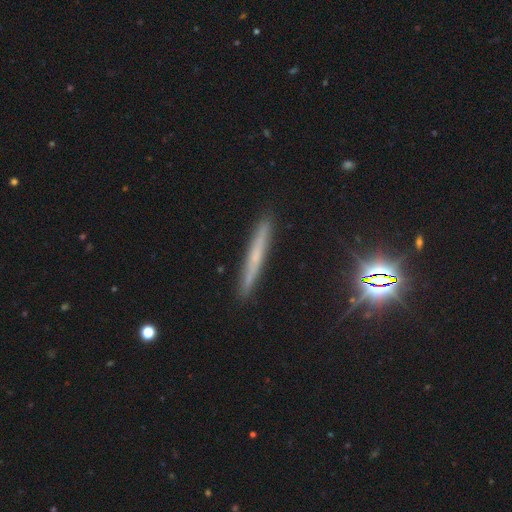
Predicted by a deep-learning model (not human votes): This is possibly a featured or disk galaxy (45%). Merging: clearly none (90%).